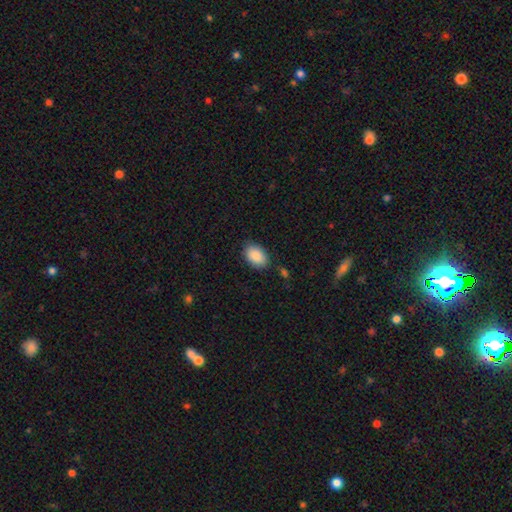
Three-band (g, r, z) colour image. It shows a smooth galaxy with no disk features (87%) that is in between round and cigar-shaped (91%). Merging: none (83%).